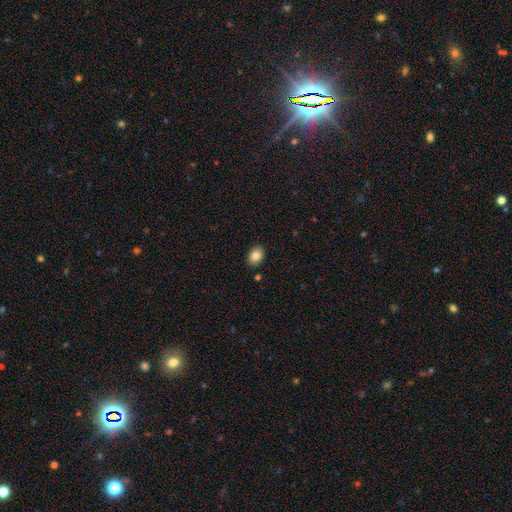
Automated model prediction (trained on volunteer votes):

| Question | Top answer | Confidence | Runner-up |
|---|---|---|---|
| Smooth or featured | smooth | 84% | star or artifact (8%) |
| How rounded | in between | 75% | round (24%) |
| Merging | none | 88% | minor disturbance (8%) |